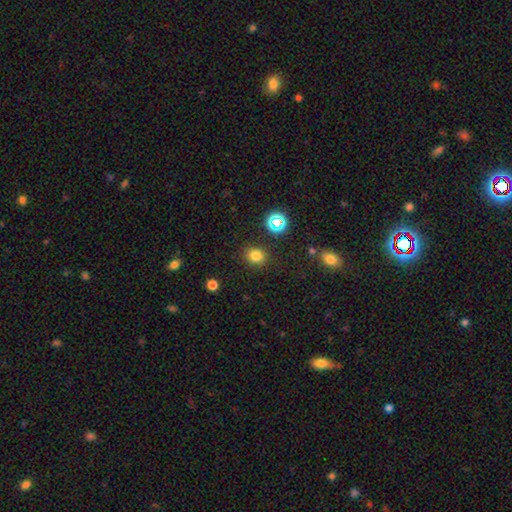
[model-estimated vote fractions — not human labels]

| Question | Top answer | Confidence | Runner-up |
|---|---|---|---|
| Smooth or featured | smooth | 78% | star or artifact (17%) |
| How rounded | round | 76% | in between (24%) |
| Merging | none | 86% | minor disturbance (8%) |